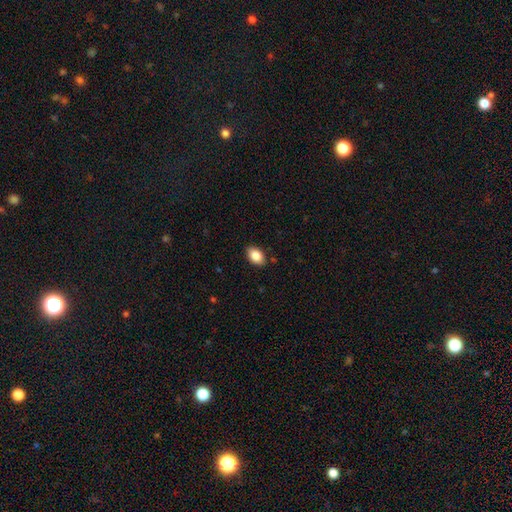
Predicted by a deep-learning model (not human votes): A smooth galaxy with no disk features (87%) that is in between round and cigar-shaped (89%). Merging: none (87%).